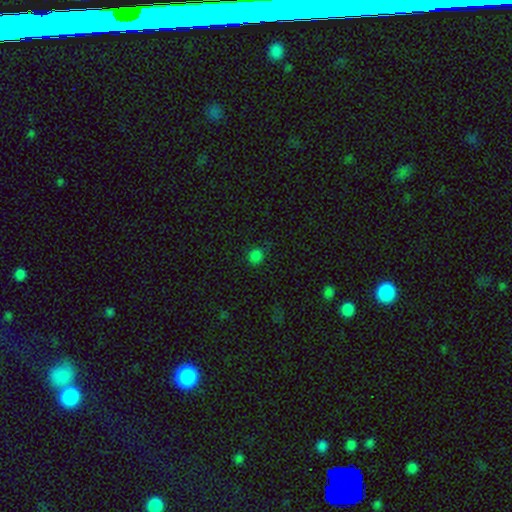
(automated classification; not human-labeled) The model was most divided on "smooth or featured": smooth: 79%, star or artifact: 18%, featured or disk: 3%. More confident: how rounded — round (84%); merging — none (81%).